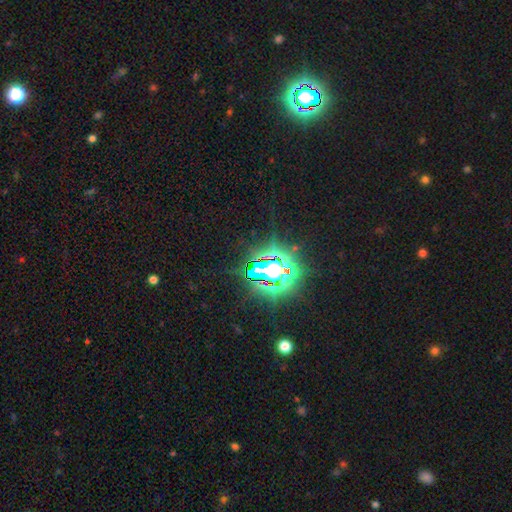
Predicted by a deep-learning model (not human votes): smooth_or_featured: star or artifact (p=0.80) [alt: smooth p=0.11]